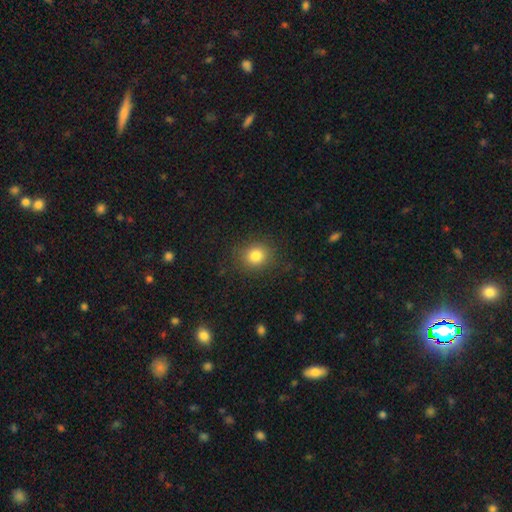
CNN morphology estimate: smooth 81%, star or artifact 12%, featured or disk 7%. Down the decision tree: how rounded — round (77%); merging — none (86%).